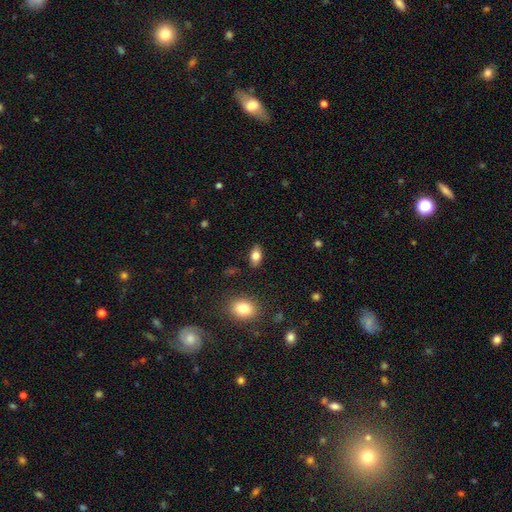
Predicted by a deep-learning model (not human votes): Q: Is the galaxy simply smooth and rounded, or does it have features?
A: smooth — 80%.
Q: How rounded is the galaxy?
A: in between — 89%.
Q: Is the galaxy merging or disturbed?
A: none — 86%.